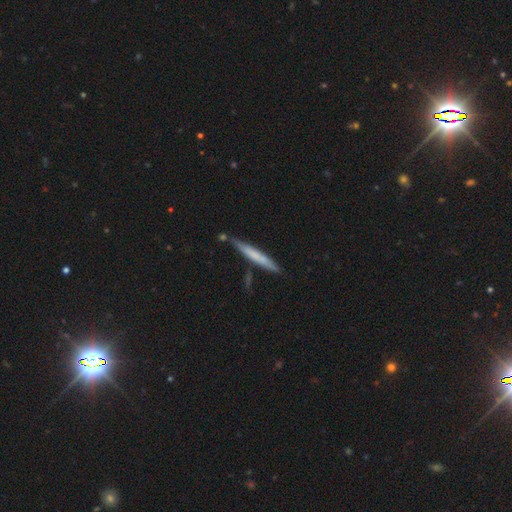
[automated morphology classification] smooth-or-featured: smooth: 58% | featured or disk: 37% | star or artifact: 6%
  how-rounded: cigar-shaped: 96% | in between: 3% | round: 1%
  merging: none: 79% | minor disturbance: 13% | merger: 5% | major disturbance: 2%